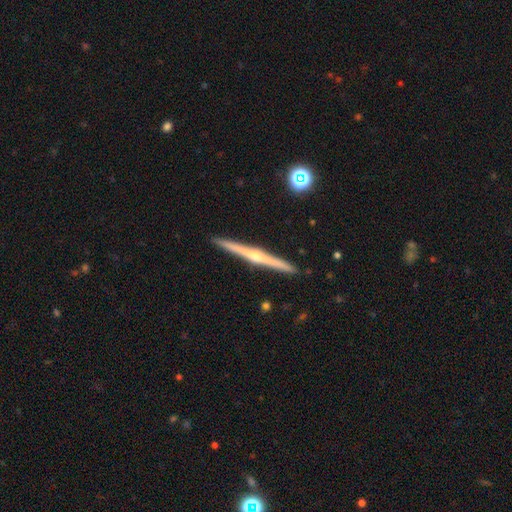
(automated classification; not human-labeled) The model was most divided on "smooth or featured": featured or disk: 79%, smooth: 16%, star or artifact: 6%. More confident: edge-on disk — yes (98%); merging — none (91%); edge-on bulge — rounded (82%).